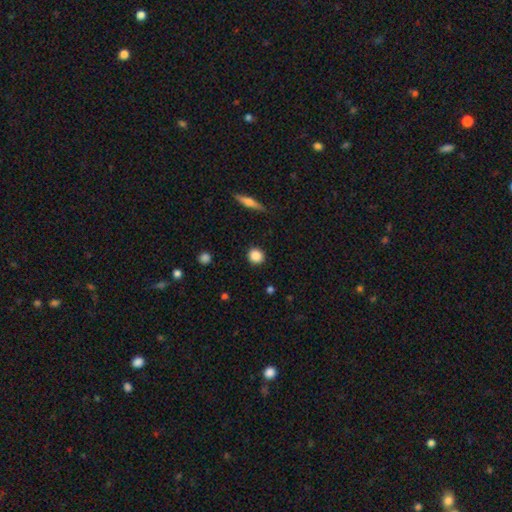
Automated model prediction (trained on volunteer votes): A smooth galaxy with no disk features (87%) that is round (88%).

Vote fractions:
- Smooth or featured? smooth: 87% / star or artifact: 8% / featured or disk: 5%
- How rounded? round: 88% / in between: 11% / cigar-shaped: 2%
- Merging? none: 90% / minor disturbance: 7% / major disturbance: 2% / merger: 1%